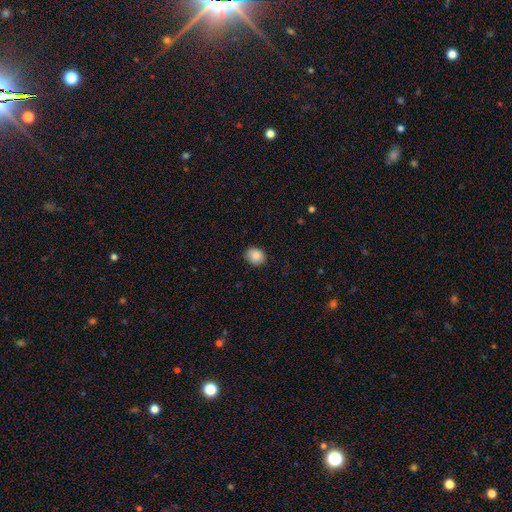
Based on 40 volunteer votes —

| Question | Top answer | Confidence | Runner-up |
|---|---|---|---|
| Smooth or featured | smooth | 90% | featured or disk (5%) |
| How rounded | round | 53% | in between (47%) |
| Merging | none | 82% | minor disturbance (13%) |